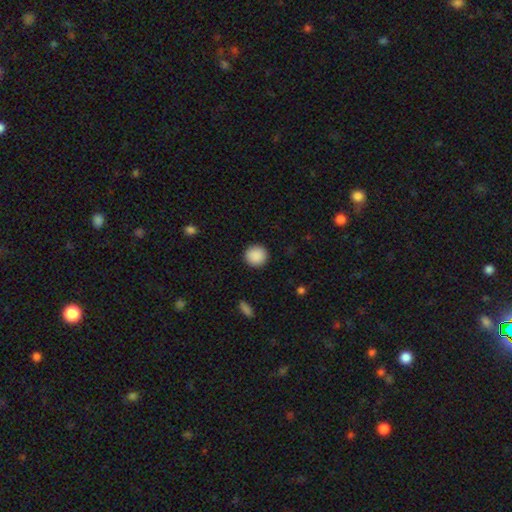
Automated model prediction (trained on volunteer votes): Overall: smooth (90%). How rounded: round (93%). Merging: none (92%).